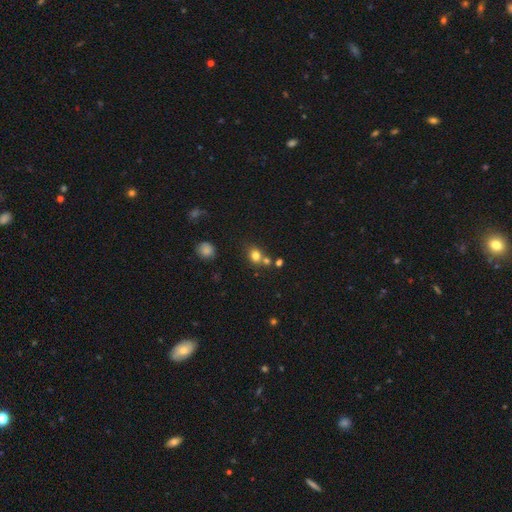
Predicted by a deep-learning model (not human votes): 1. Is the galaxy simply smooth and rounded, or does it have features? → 77% smooth, 14% star or artifact, 9% featured or disk.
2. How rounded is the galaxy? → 69% round, 30% in between, 1% cigar-shaped.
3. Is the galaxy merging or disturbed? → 57% none, 27% merger, 12% minor disturbance, 4% major disturbance.